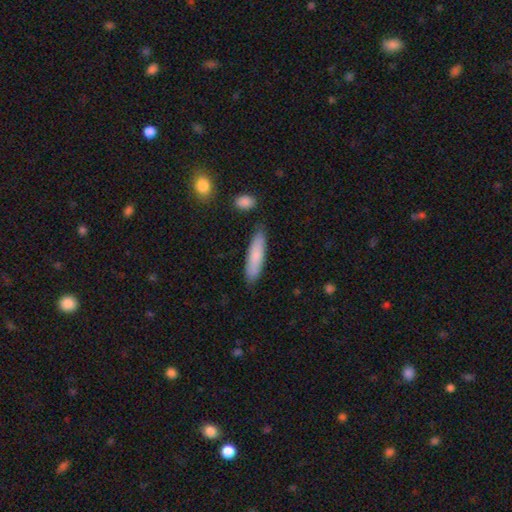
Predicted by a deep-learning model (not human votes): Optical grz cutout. It shows a smooth galaxy with no disk features (80%) that is cigar-shaped (72%). Merging: none (84%).